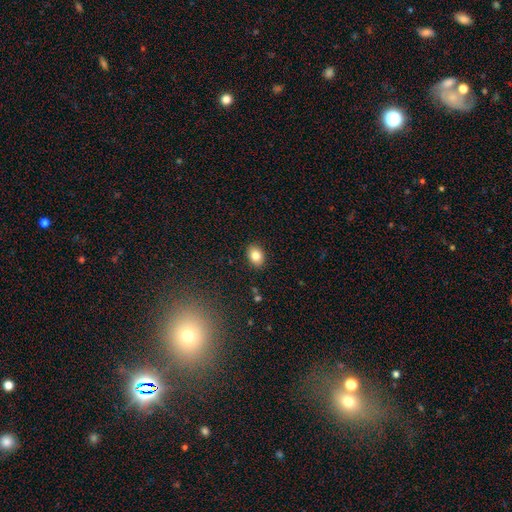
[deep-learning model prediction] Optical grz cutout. It shows a smooth galaxy with no disk features (82%) that is in between round and cigar-shaped (69%). Merging: none (89%).